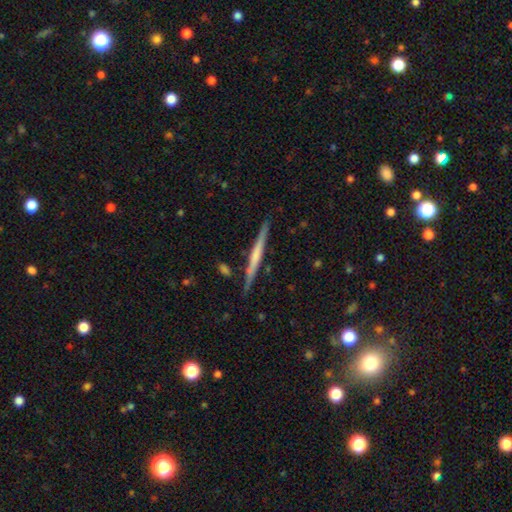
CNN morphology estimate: Q: Smooth or featured?
A: featured or disk (57%); runner-up: smooth (38%)
Q: Edge-on disk?
A: yes (97%); runner-up: no (3%)
Q: Edge-on bulge?
A: none (66%); runner-up: rounded (20%)
Q: Merging?
A: none (86%); runner-up: minor disturbance (10%)